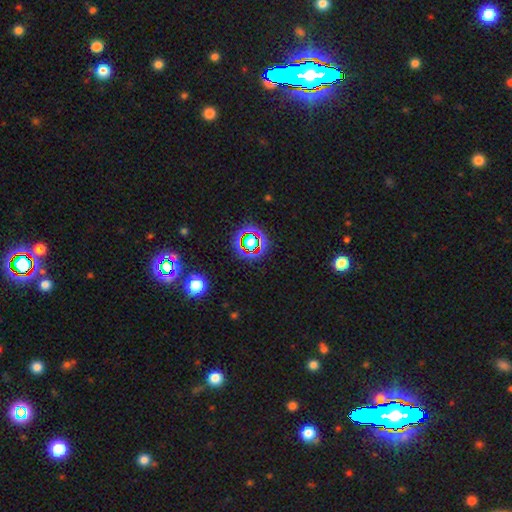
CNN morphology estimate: Smooth or featured? Predicted: star or artifact (p=0.77).